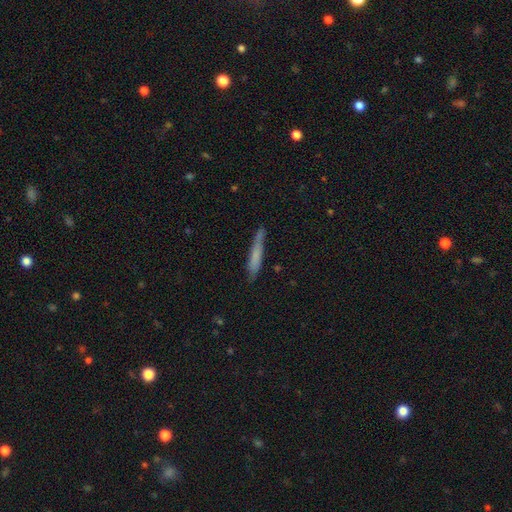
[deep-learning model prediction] Smooth or featured?
  - smooth: 66% *
  - featured or disk: 28%
  - star or artifact: 7%
How rounded?
  - cigar-shaped: 94% *
  - in between: 5%
  - round: 1%
Merging?
  - none: 76% *
  - minor disturbance: 18%
  - major disturbance: 4%
  - merger: 3%